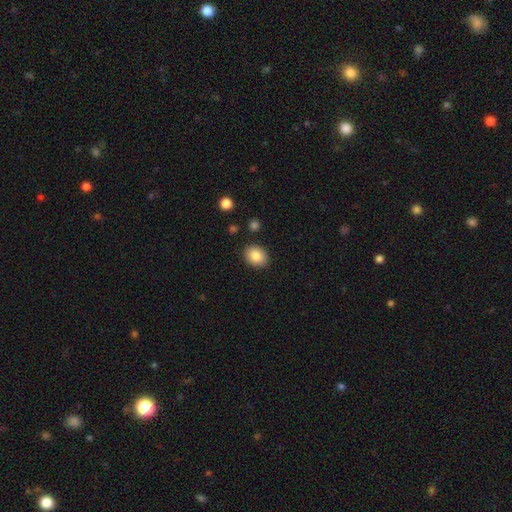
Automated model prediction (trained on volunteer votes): Morphology: type=smooth (86%); roundness=in between (55%); merging=none (88%).